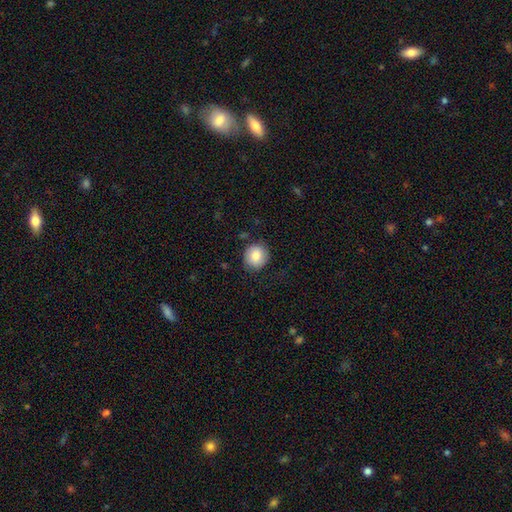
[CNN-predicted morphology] Smooth or featured? smooth (83%)
How rounded? round (86%)
Merging? none (84%)